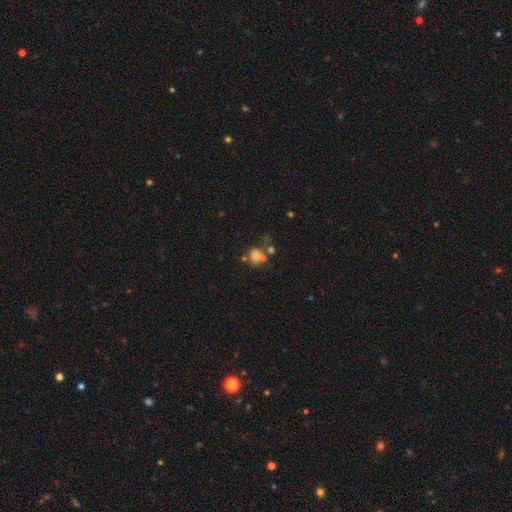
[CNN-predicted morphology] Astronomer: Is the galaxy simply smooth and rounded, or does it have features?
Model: smooth — 68%.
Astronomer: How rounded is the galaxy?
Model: round — 77%.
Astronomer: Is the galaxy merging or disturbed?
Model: none — 43% (runner-up: merger, 34%).